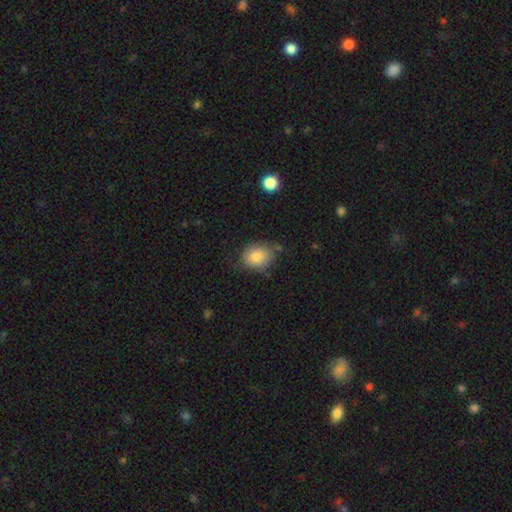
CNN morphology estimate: The model was most divided on "how rounded": in between: 53%, round: 46%, cigar-shaped: 1%. More confident: smooth or featured — smooth (84%); merging — none (65%).